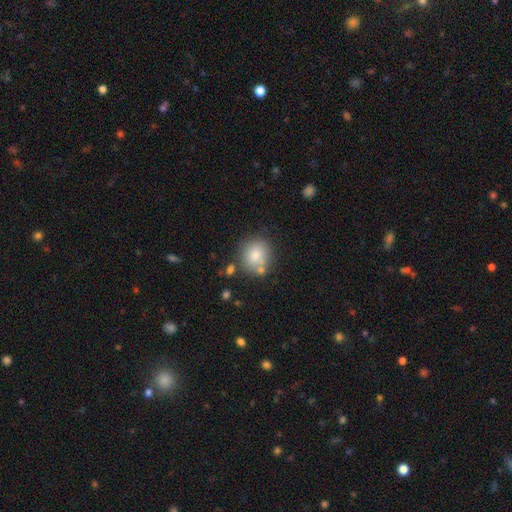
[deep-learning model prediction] This is likely a smooth galaxy (80%). How rounded: clearly round (84%). Merging: likely none (69%).